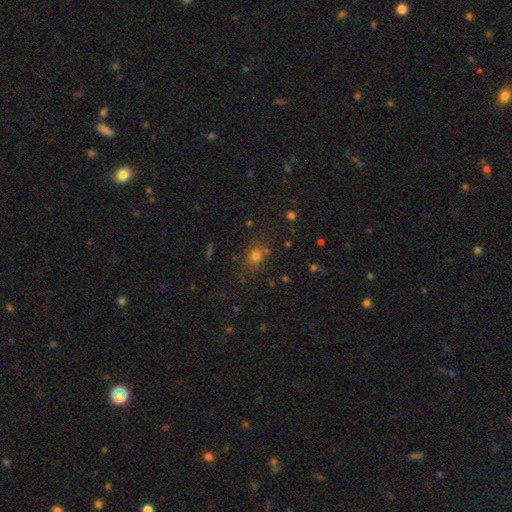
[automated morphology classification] smooth 68%, star or artifact 22%, featured or disk 10%. Down the decision tree: how rounded — round (55%); merging — none (73%).